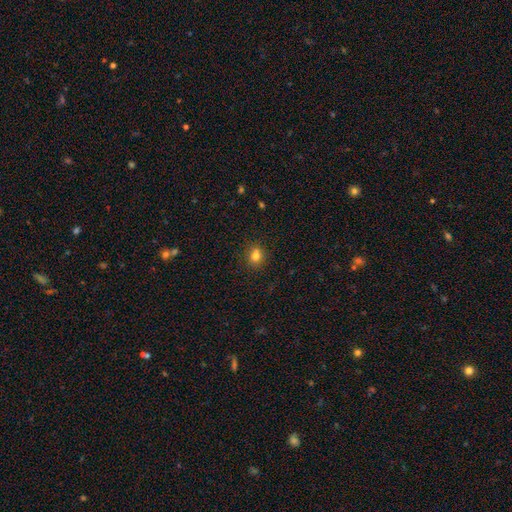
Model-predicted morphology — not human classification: Overall: smooth (78%). How rounded: round (66%; in between 33%). Merging: none (84%).